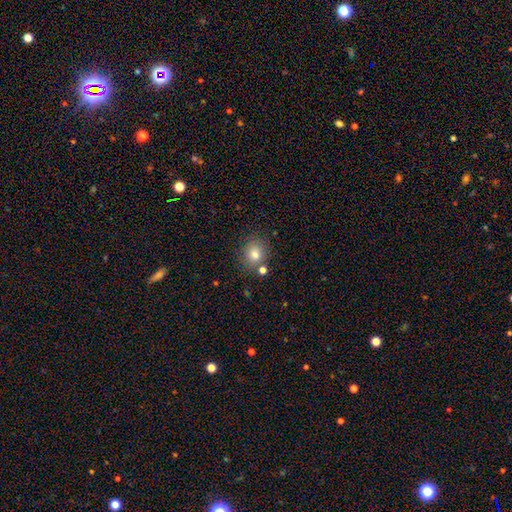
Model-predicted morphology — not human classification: A smooth galaxy with no disk features (80%) that is round (70%).

Vote fractions:
- Smooth or featured? smooth: 80% / star or artifact: 12% / featured or disk: 8%
- How rounded? round: 70% / in between: 29% / cigar-shaped: 1%
- Merging? none: 77% / minor disturbance: 11% / merger: 9% / major disturbance: 3%